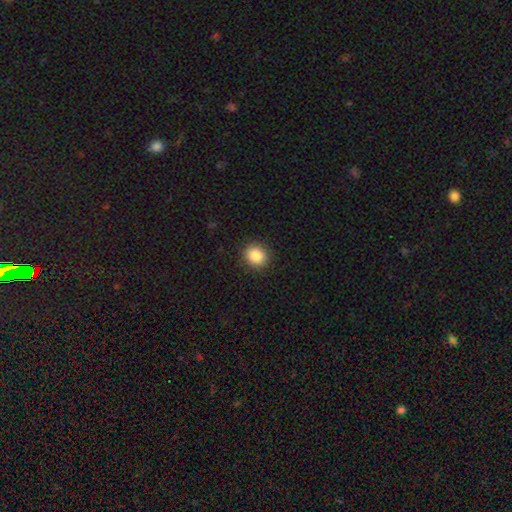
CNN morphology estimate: Smooth or featured? smooth (87%)
How rounded? round (76%)
Merging? none (90%)